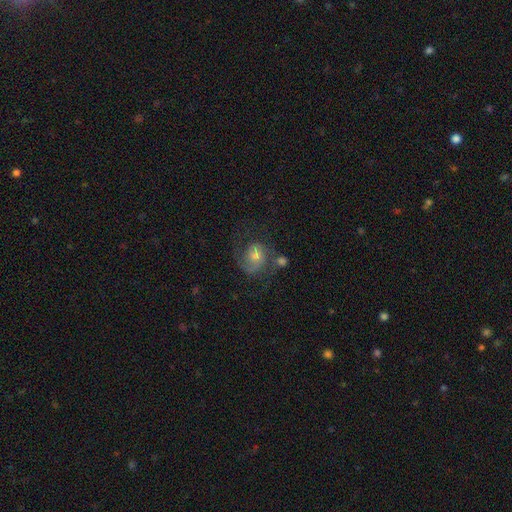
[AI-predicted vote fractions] Smooth or featured? Predicted: featured or disk (p=0.69). Edge-on disk? Predicted: no (p=0.98). Bar? Predicted: no (p=0.63). Spiral arms? Predicted: yes (p=0.90). Spiral winding? Predicted: medium (p=0.49). Spiral arm count? Predicted: 2 (p=0.66). Bulge size? Predicted: moderate (p=0.53). Merging? Predicted: none (p=0.53).